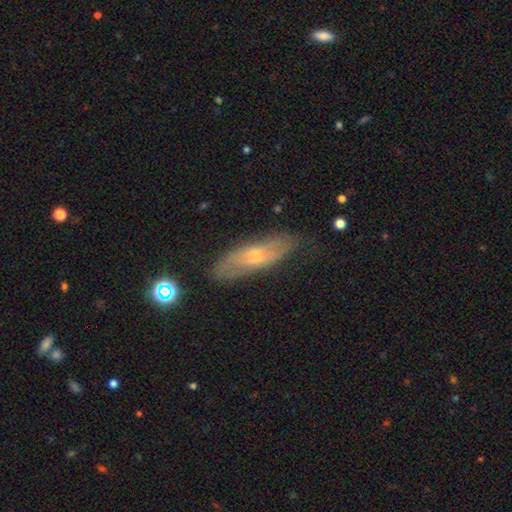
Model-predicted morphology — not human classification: A featured or disk galaxy (54%). Merging: none (73%).